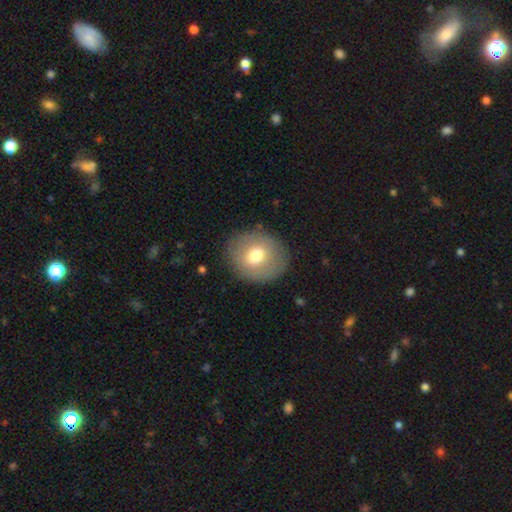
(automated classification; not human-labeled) smooth 70%, featured or disk 22%, star or artifact 8%. Down the decision tree: how rounded — round (74%); merging — none (86%).